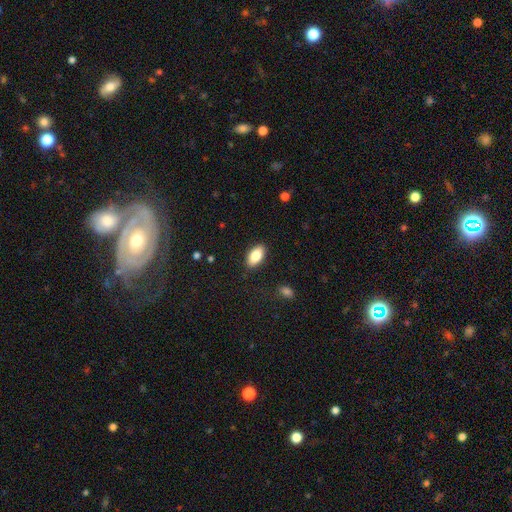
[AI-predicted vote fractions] Smooth or featured? Predicted: smooth (p=0.82). How rounded? Predicted: in between (p=0.92). Merging? Predicted: none (p=0.88).